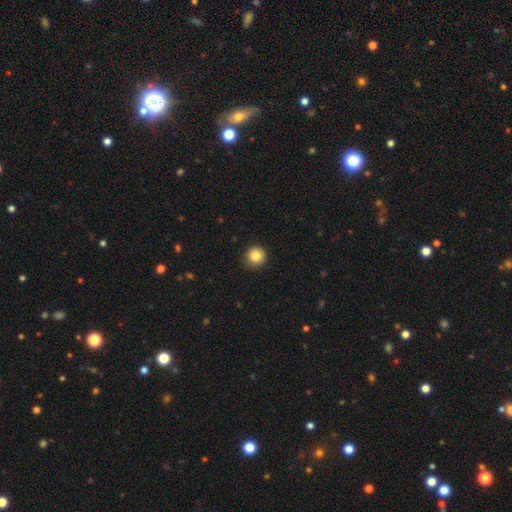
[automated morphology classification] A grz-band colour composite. It shows a smooth galaxy with no disk features (84%) that is round (93%). Merging: none (84%).